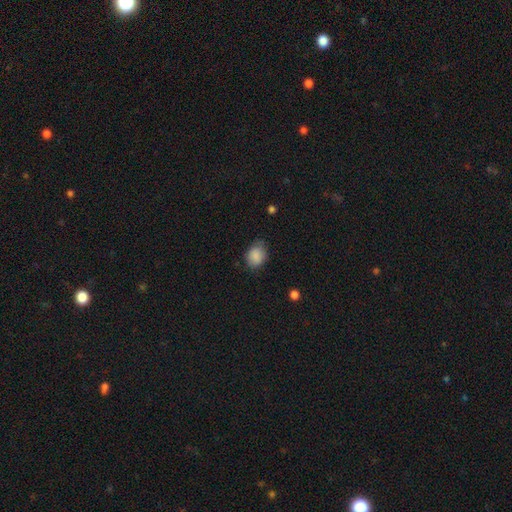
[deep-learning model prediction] Morphology: type=smooth (86%); roundness=in between (59%); merging=none (66%).